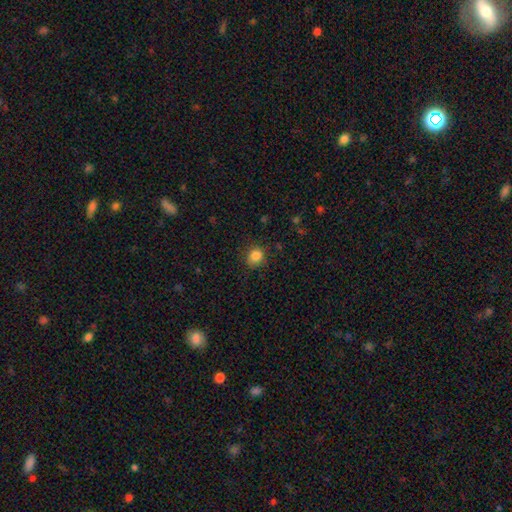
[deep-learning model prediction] This is clearly a smooth galaxy (85%). How rounded: clearly round (82%). Merging: clearly none (83%).